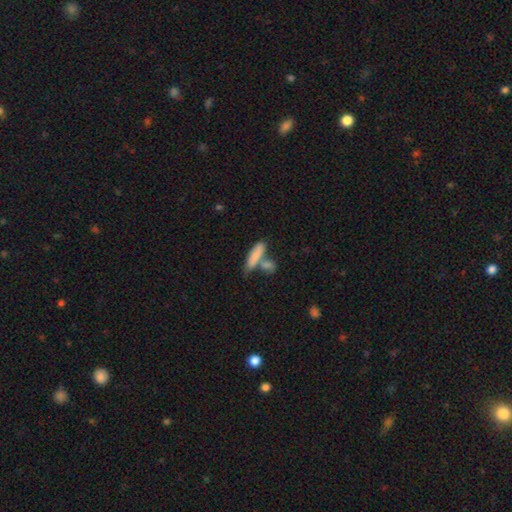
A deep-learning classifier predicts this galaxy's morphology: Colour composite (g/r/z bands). It shows a smooth galaxy with no disk features (81%) that is cigar-shaped (61%). Merging: none (45%).